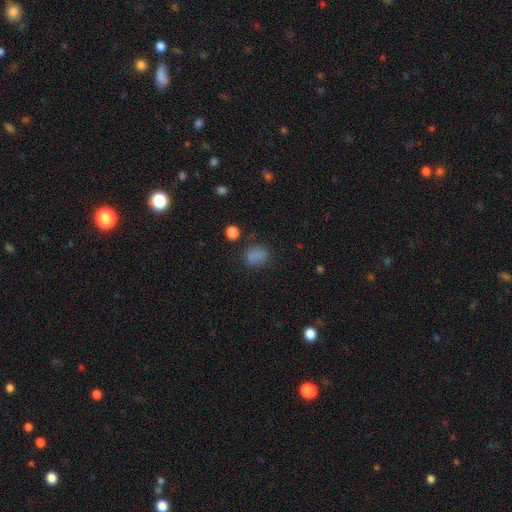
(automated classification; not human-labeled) Q: Smooth or featured?
A: smooth (80%); runner-up: star or artifact (15%)
Q: How rounded?
A: in between (50%); runner-up: round (49%)
Q: Merging?
A: none (76%); runner-up: minor disturbance (16%)